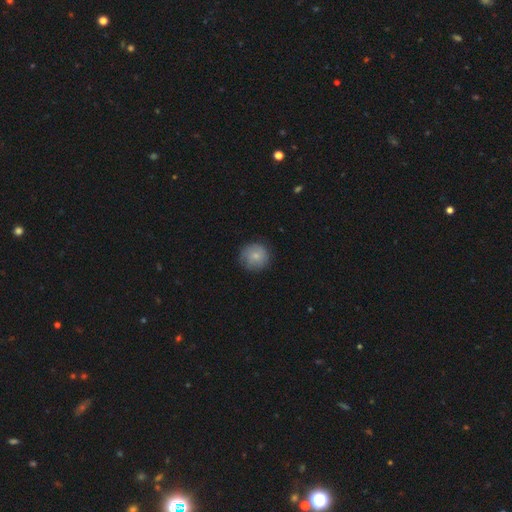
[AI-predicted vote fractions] Morphology: type=smooth (78%); roundness=round (93%); merging=none (82%).